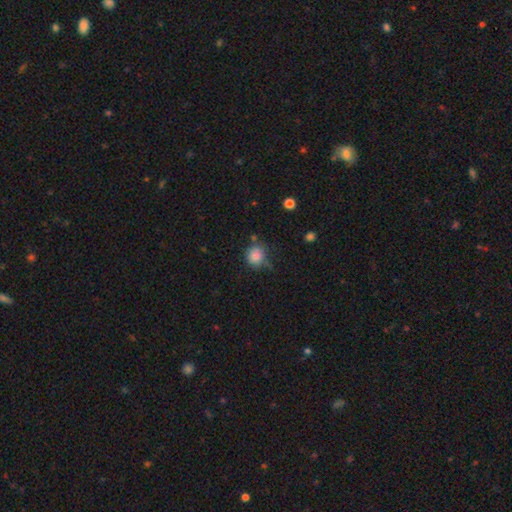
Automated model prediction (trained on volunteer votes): A smooth galaxy with no disk features (85%) that is round (87%). Merging: none (67%).